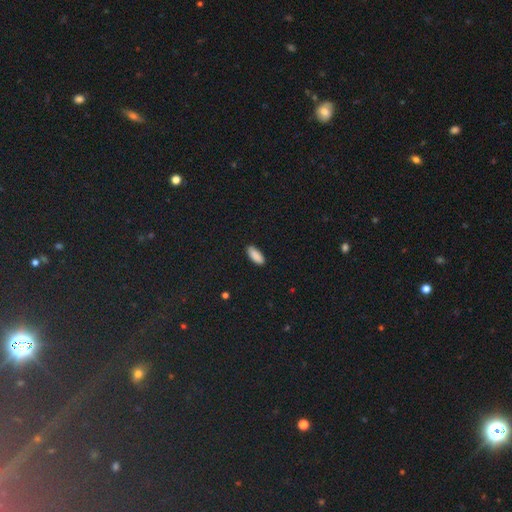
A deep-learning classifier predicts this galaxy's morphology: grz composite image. It shows a smooth galaxy with no disk features (89%) that is in between round and cigar-shaped (77%). Merging: none (88%).